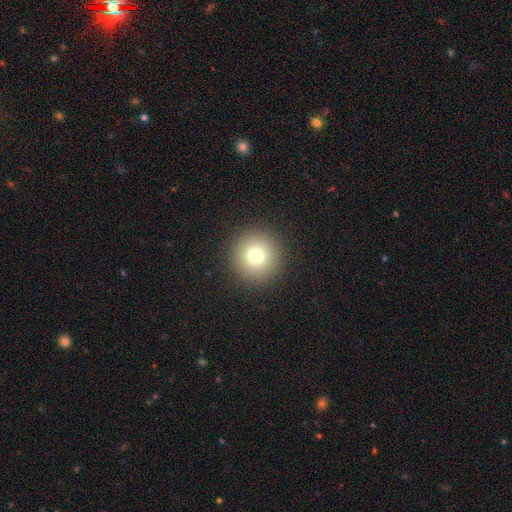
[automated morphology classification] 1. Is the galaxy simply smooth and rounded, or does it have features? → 78% smooth, 12% star or artifact, 9% featured or disk.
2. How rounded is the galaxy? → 96% round, 3% in between, 1% cigar-shaped.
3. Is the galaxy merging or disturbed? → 92% none, 5% minor disturbance, 2% major disturbance, 1% merger.